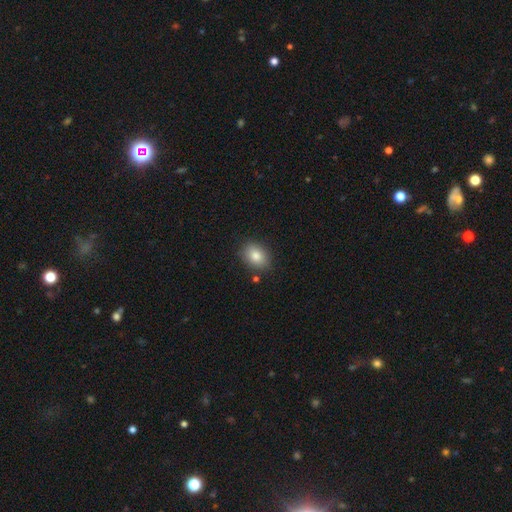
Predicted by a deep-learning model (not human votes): Smooth or featured? Predicted: smooth (p=0.83). How rounded? Predicted: in between (p=0.69). Merging? Predicted: none (p=0.84).